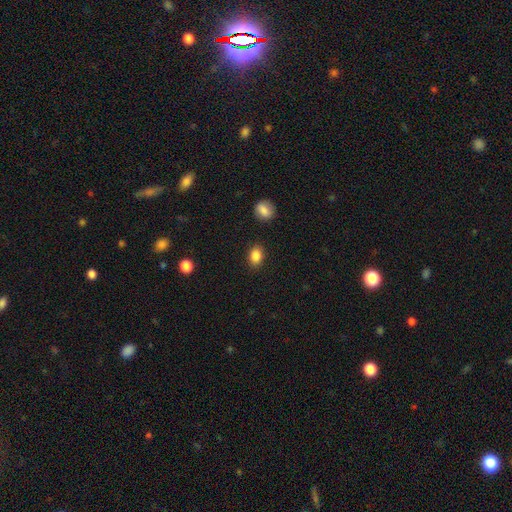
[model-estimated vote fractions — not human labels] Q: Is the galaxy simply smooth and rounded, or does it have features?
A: smooth — 86%.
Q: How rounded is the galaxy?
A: in between — 66%.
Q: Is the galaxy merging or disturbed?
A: none — 87%.